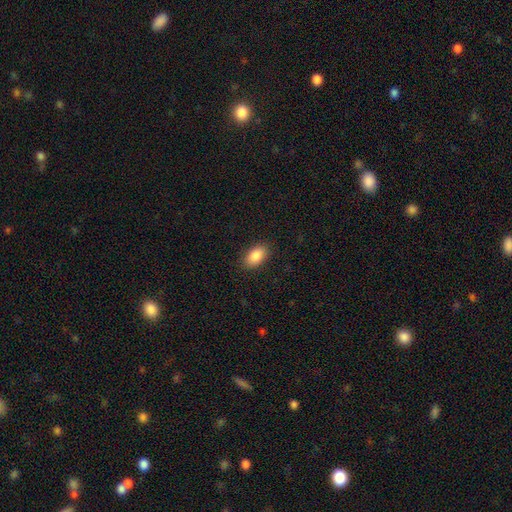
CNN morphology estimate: smooth 87%, star or artifact 7%, featured or disk 6%. Down the decision tree: how rounded — in between (92%); merging — none (88%).